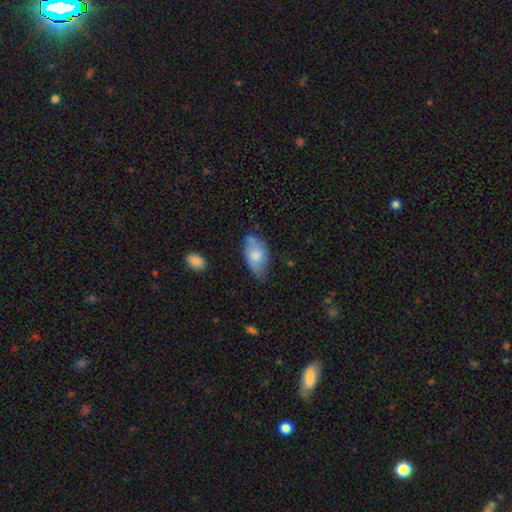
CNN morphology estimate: smooth 70%, featured or disk 23%, star or artifact 6%. Down the decision tree: how rounded — in between (93%); merging — none (53%).